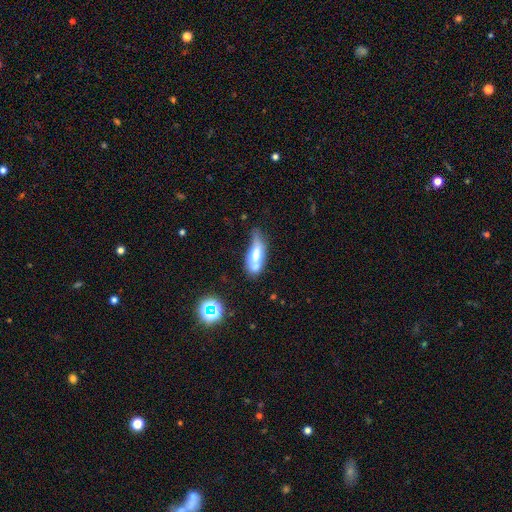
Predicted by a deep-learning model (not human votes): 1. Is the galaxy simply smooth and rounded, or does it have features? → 58% smooth, 32% featured or disk, 9% star or artifact.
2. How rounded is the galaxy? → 66% in between, 30% cigar-shaped, 4% round.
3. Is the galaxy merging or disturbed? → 31% minor disturbance, 27% none, 24% merger, 18% major disturbance.